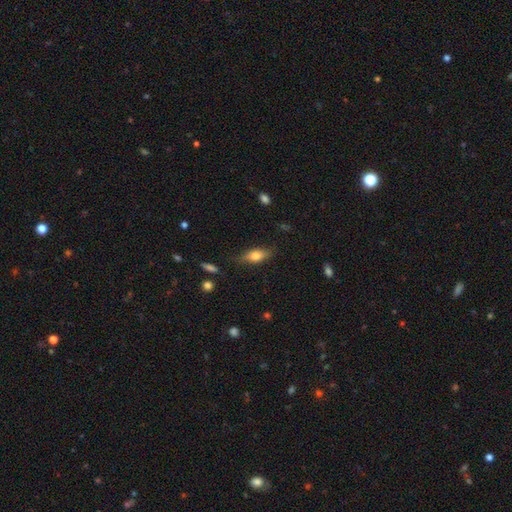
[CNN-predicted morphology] Smooth or featured?
  - smooth: 68% *
  - featured or disk: 25%
  - star or artifact: 7%
How rounded?
  - in between: 71% *
  - cigar-shaped: 24%
  - round: 4%
Merging?
  - none: 78% *
  - minor disturbance: 16%
  - major disturbance: 4%
  - merger: 2%